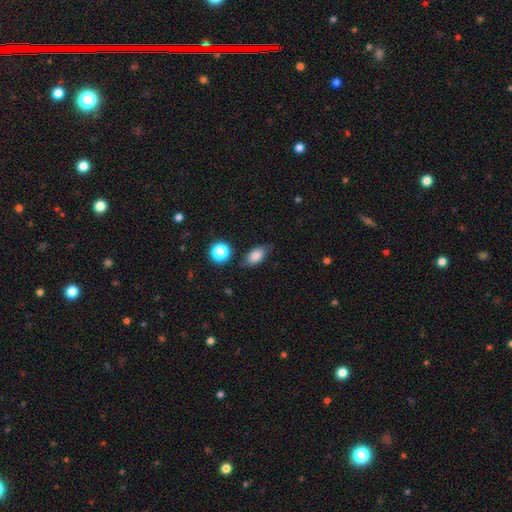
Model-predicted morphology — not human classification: smooth 82%, star or artifact 10%, featured or disk 8%. Down the decision tree: how rounded — in between (87%); merging — none (76%).